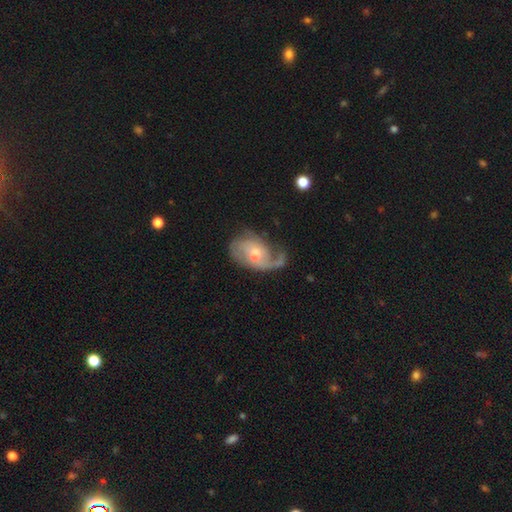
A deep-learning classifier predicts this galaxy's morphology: This is likely a featured or disk galaxy (77%). It is clearly not viewed edge-on (96%). Bar: possibly no (55%). Spiral arm pattern: clearly yes (90%). Spiral arm count: marginally 1 (40%). Spiral winding: marginally medium (40%). Central bulge: likely moderate (64%). Merging: marginally none (44%).